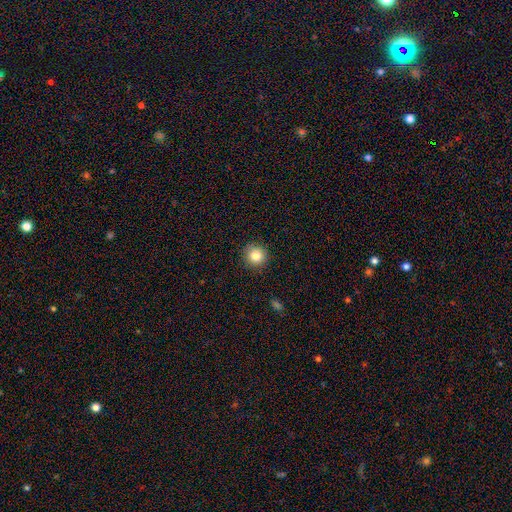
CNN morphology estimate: Q: Smooth or featured?
A: smooth (83%); runner-up: star or artifact (11%)
Q: How rounded?
A: round (94%); runner-up: in between (5%)
Q: Merging?
A: none (92%); runner-up: minor disturbance (6%)